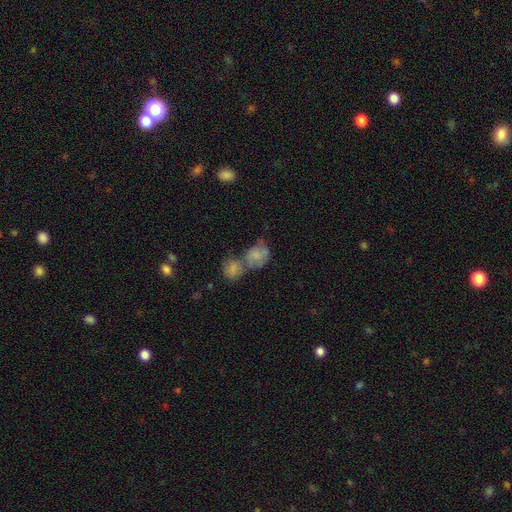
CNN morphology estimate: Q: Smooth or featured?
A: smooth (66%); runner-up: featured or disk (24%)
Q: How rounded?
A: in between (53%); runner-up: round (45%)
Q: Merging?
A: merger (64%); runner-up: none (20%)